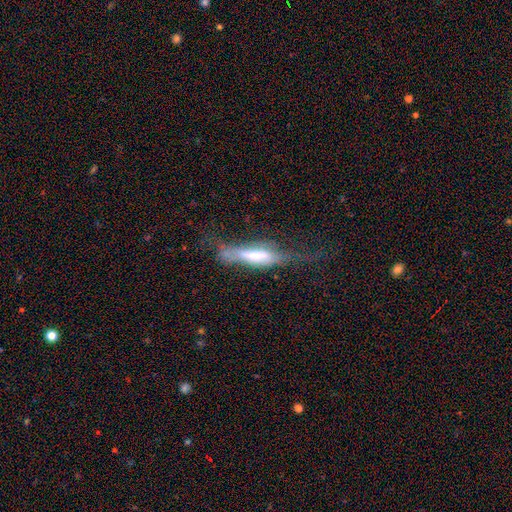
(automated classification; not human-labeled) Smooth or featured? Predicted: smooth (p=0.46, tied with featured or disk). Merging? Predicted: major disturbance (p=0.40).